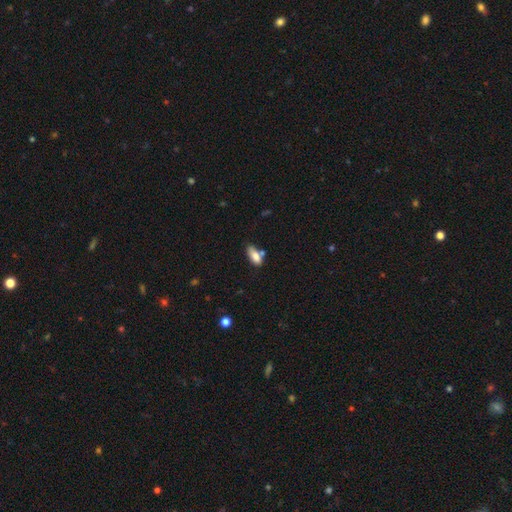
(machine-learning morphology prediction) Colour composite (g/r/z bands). It shows a smooth galaxy with no disk features (80%) that is in between round and cigar-shaped (84%). Merging: none (50%).